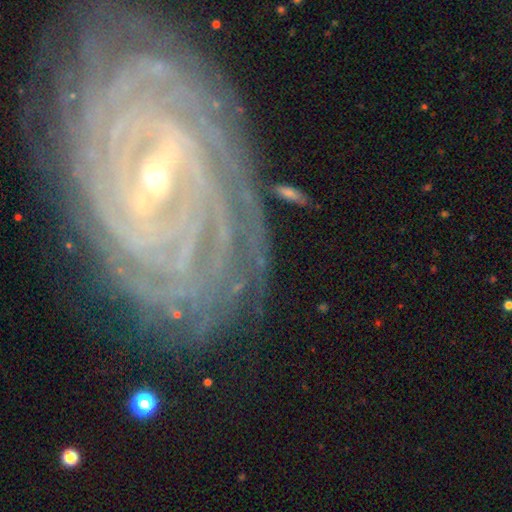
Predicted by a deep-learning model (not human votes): A featured or disk galaxy (85%) with a strong bar (45%), tight (82%) spiral arms (96%) and a small central bulge (72%). Merging: none (76%).